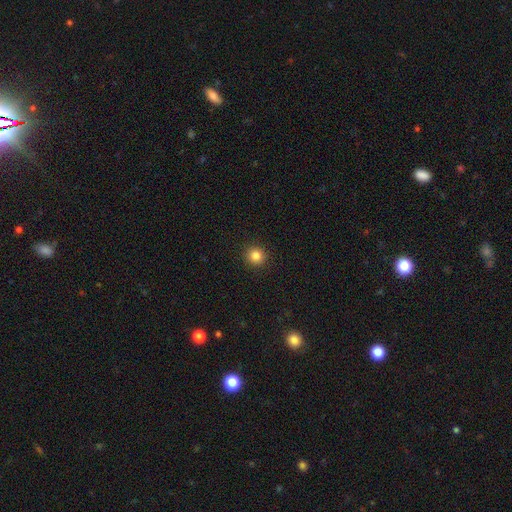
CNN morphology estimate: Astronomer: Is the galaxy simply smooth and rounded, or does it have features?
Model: smooth — 84%.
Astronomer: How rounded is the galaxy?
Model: round — 93%.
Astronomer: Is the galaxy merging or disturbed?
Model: none — 92%.